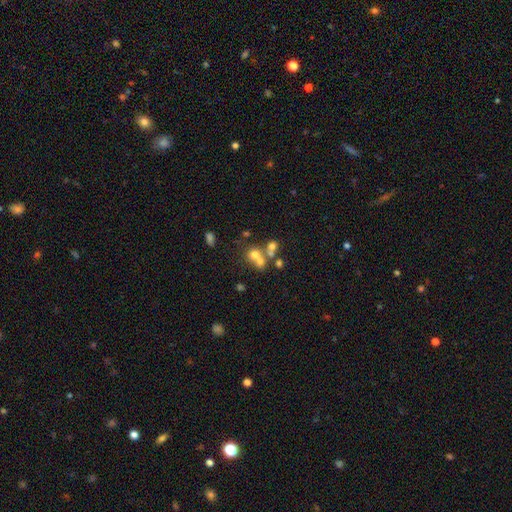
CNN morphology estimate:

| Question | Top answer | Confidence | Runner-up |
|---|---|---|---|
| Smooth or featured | smooth | 57% | featured or disk (24%) |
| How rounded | round | 79% | in between (20%) |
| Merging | merger | 50% | none (37%) |